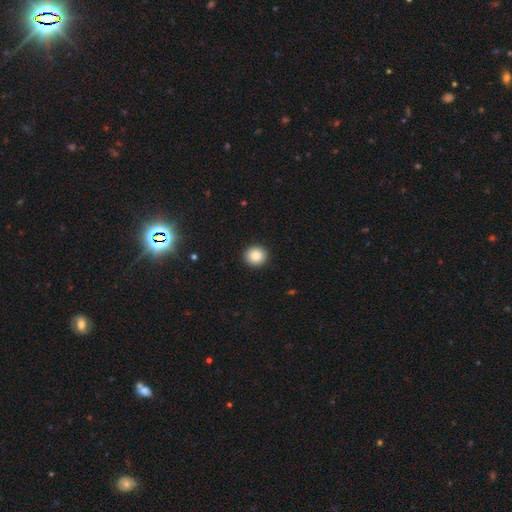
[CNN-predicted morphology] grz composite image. It shows a smooth galaxy with no disk features (85%) that is round (90%). Merging: none (92%).